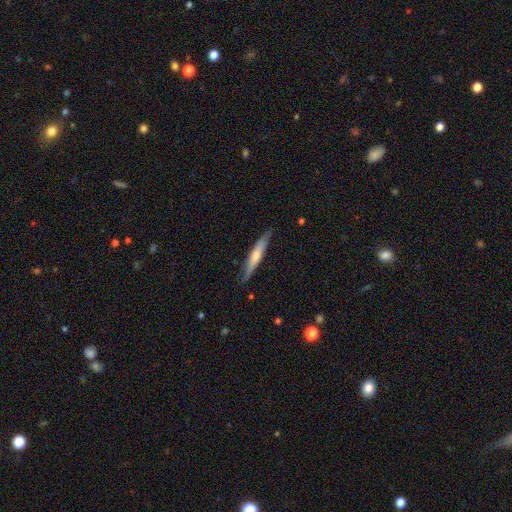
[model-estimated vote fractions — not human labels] Smooth or featured: smooth — 48% (featured or disk — 47%)
Merging: none — 84% (minor disturbance — 13%)